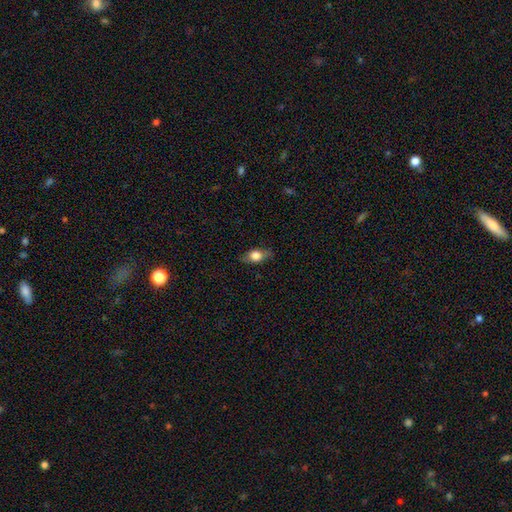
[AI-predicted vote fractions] smooth-or-featured: smooth: 69% | featured or disk: 24% | star or artifact: 8%
  how-rounded: in between: 77% | round: 15% | cigar-shaped: 8%
  merging: none: 81% | minor disturbance: 15% | major disturbance: 3% | merger: 1%